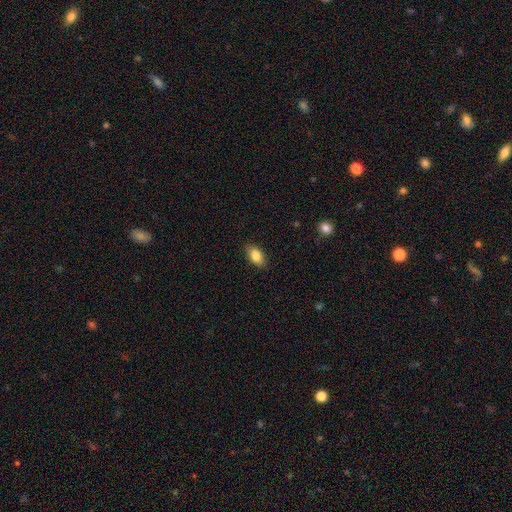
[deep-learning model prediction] smooth-or-featured: smooth: 86% | star or artifact: 7% | featured or disk: 7%
  how-rounded: in between: 91% | round: 7% | cigar-shaped: 3%
  merging: none: 87% | minor disturbance: 10% | major disturbance: 2% | merger: 1%